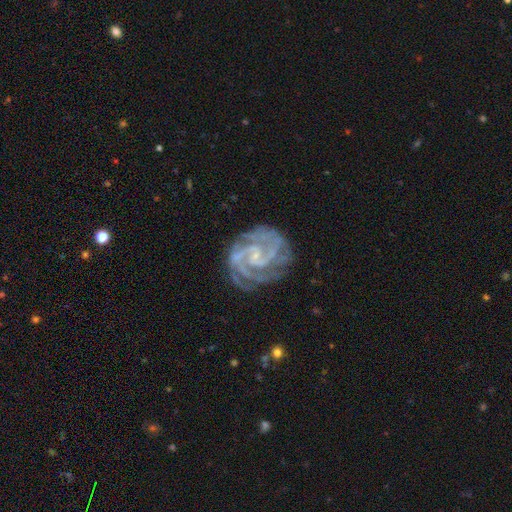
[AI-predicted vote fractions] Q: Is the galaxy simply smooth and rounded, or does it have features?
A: featured or disk — 90%.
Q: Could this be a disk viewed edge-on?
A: no — 98%.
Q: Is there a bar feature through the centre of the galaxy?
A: weak — 44%.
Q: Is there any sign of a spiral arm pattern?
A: yes — 98%.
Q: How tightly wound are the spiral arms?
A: tight — 66%.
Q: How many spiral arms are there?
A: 3 — 31%.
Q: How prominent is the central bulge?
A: small — 70%.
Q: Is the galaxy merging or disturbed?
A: none — 77%.